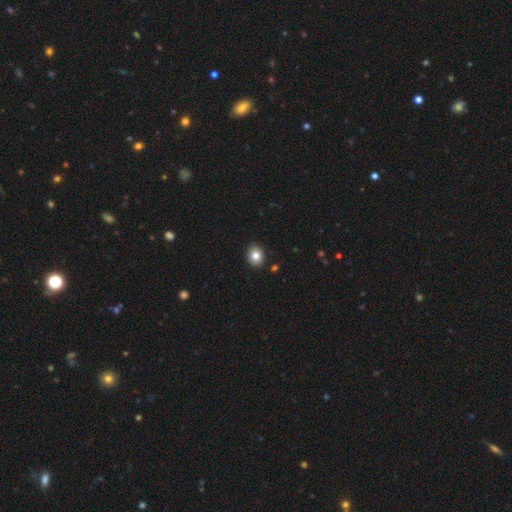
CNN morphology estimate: smooth_or_featured: smooth (p=0.83) [alt: star or artifact p=0.09]
how_rounded: round (p=0.53) [alt: in between p=0.46]
merging: none (p=0.89) [alt: minor disturbance p=0.07]